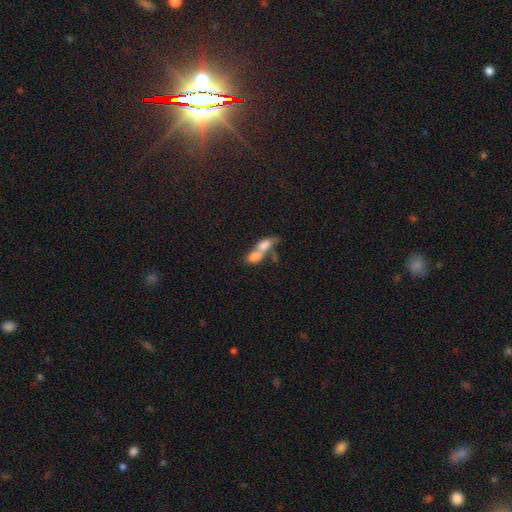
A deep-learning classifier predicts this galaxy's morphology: A smooth galaxy with no disk features (71%) that is in between round and cigar-shaped (77%). Merging: merger (76%).